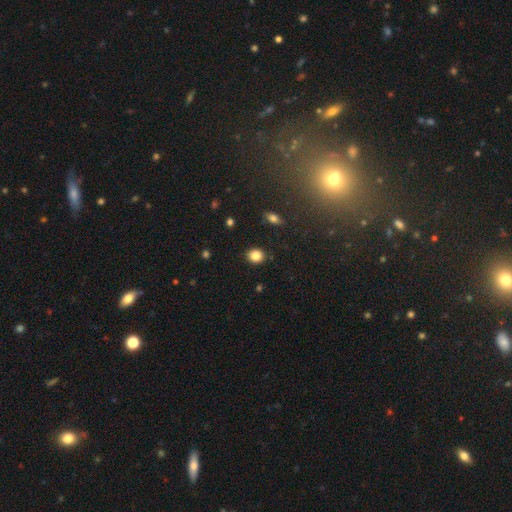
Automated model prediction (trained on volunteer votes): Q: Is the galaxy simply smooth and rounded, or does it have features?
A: smooth — 85%.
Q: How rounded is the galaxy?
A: round — 67%.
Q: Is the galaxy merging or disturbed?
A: none — 89%.